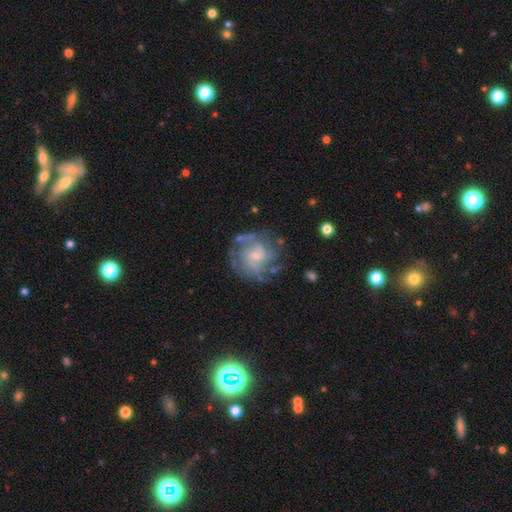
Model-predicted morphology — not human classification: type=featured or disk (76%); edge-on=no (98%); bar=no (67%); spiral arms=yes (83%); winding=tight (42%); arm count=can't tell (41%); bulge=small (65%); merging=none (62%).